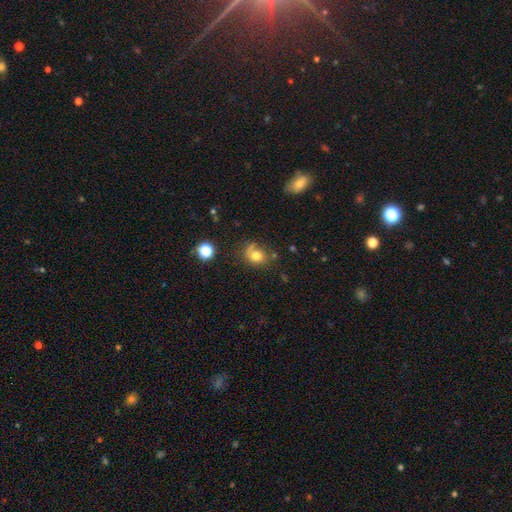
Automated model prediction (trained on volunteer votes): Q: Smooth or featured?
A: smooth (73%); runner-up: featured or disk (14%)
Q: How rounded?
A: round (59%); runner-up: in between (40%)
Q: Merging?
A: none (54%); runner-up: minor disturbance (24%)